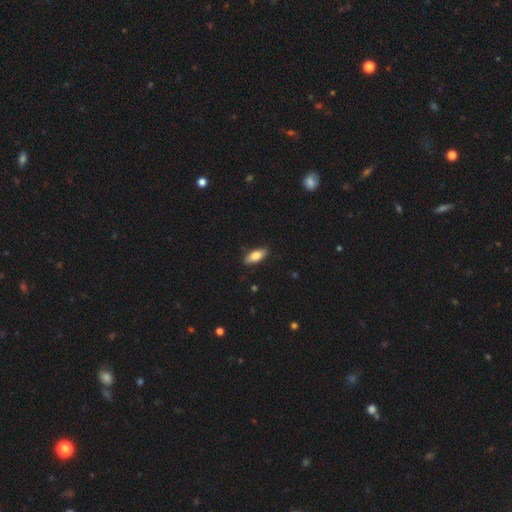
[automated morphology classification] smooth-or-featured: smooth: 80% | featured or disk: 13% | star or artifact: 6%
  how-rounded: in between: 78% | cigar-shaped: 19% | round: 2%
  merging: none: 85% | minor disturbance: 11% | major disturbance: 2% | merger: 1%